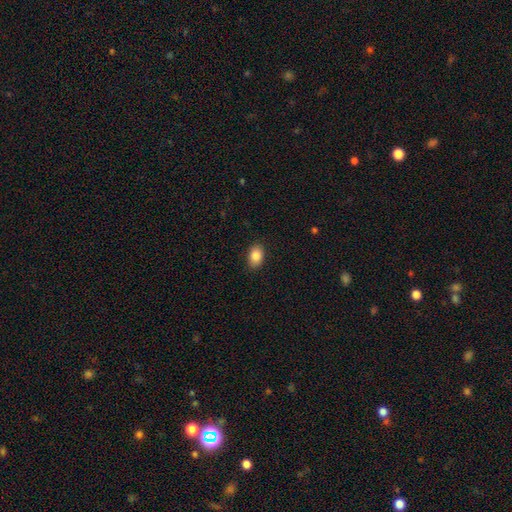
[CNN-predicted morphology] This is clearly a smooth galaxy (86%). How rounded: clearly in between (86%). Merging: clearly none (87%).